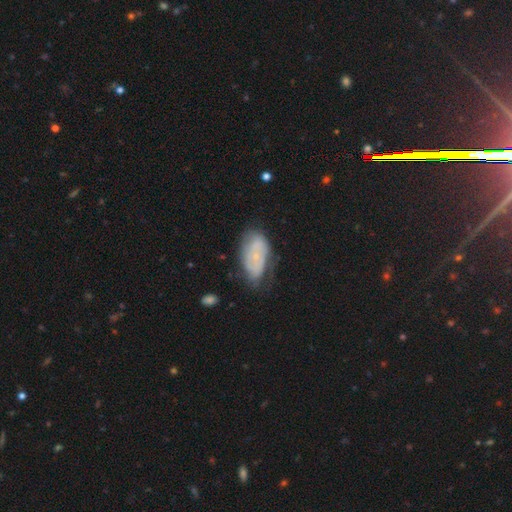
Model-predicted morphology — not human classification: Smooth or featured? Predicted: featured or disk (p=0.50). Edge-on disk? Predicted: no (p=0.94). Merging? Predicted: none (p=0.52).